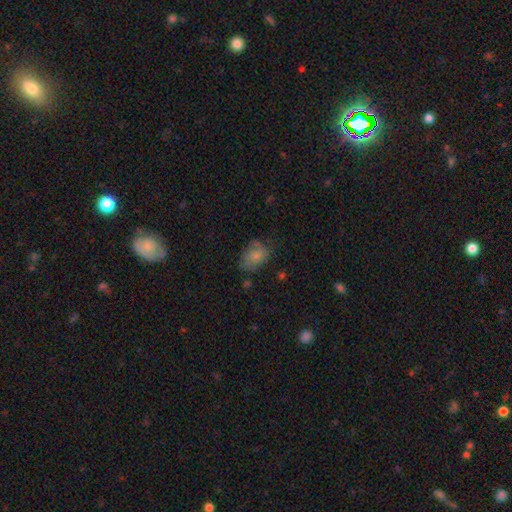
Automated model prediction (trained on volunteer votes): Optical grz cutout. It shows a smooth galaxy with no disk features (77%) that is in between round and cigar-shaped (76%). Merging: none (57%).